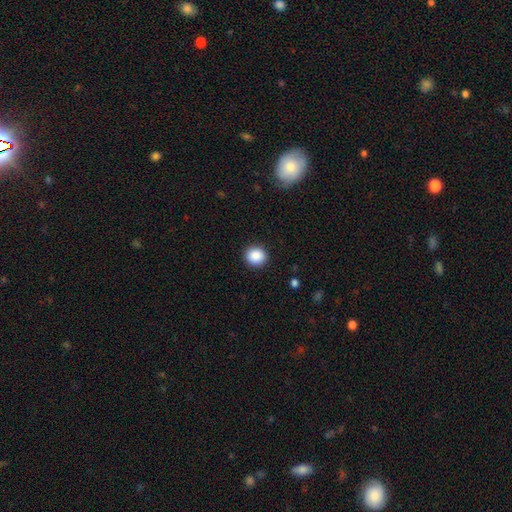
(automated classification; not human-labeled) This appears to be a smooth galaxy with no disk features (88%) that is round (89%). Merging: none (91%).